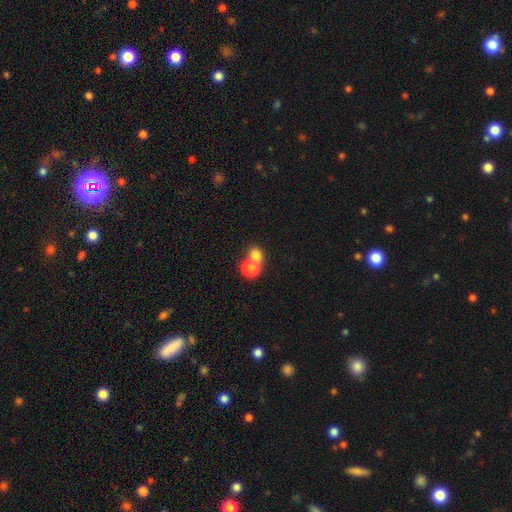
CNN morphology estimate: A smooth galaxy with no disk features (78%) that is round (59%). Merging: merger (53%).